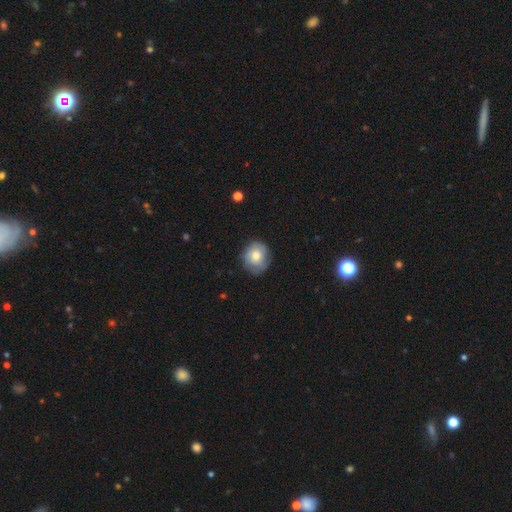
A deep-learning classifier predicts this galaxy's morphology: smooth-or-featured: smooth: 71% | featured or disk: 21% | star or artifact: 8%
  how-rounded: round: 82% | in between: 17% | cigar-shaped: 1%
  merging: none: 73% | minor disturbance: 21% | major disturbance: 5% | merger: 1%